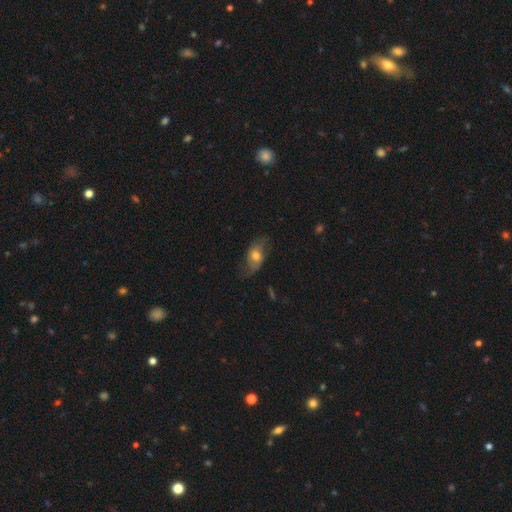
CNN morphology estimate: smooth-or-featured: smooth: 46% (tied) | featured or disk: 46% (tied) | star or artifact: 8%
  merging: none: 64% | minor disturbance: 23% | major disturbance: 11% | merger: 1%